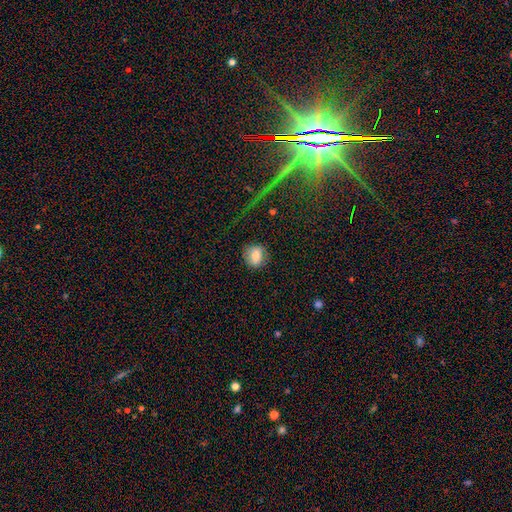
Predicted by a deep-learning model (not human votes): Smooth or featured: smooth — 77% (featured or disk — 15%)
How rounded: round — 72% (in between — 27%)
Merging: none — 79% (minor disturbance — 15%)